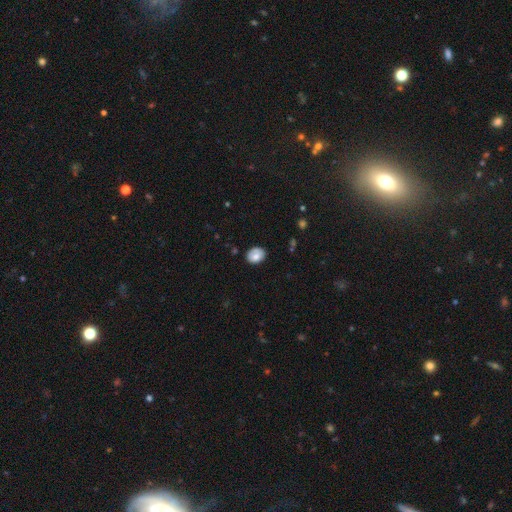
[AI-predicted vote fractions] A smooth galaxy with no disk features (75%) that is in between round and cigar-shaped (53%).

Vote fractions:
- Smooth or featured? smooth: 75% / featured or disk: 17% / star or artifact: 8%
- How rounded? in between: 53% / round: 46% / cigar-shaped: 1%
- Merging? none: 72% / minor disturbance: 21% / major disturbance: 5% / merger: 2%